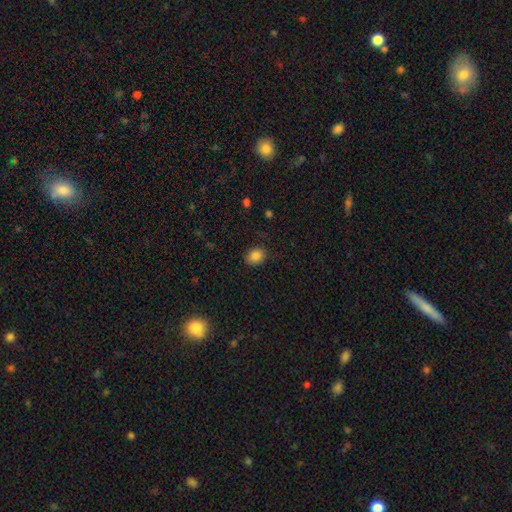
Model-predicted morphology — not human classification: The model was most divided on "how rounded": in between: 53%, round: 46%, cigar-shaped: 1%. More confident: smooth or featured — smooth (85%); merging — none (83%).